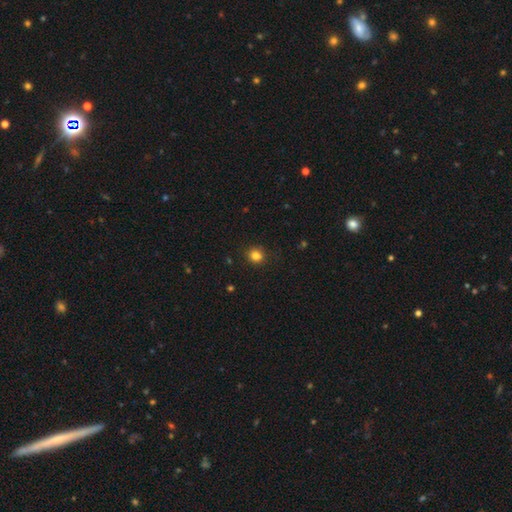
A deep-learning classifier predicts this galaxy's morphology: Q: Smooth or featured?
A: smooth (83%); runner-up: star or artifact (12%)
Q: How rounded?
A: round (88%); runner-up: in between (11%)
Q: Merging?
A: none (89%); runner-up: minor disturbance (7%)